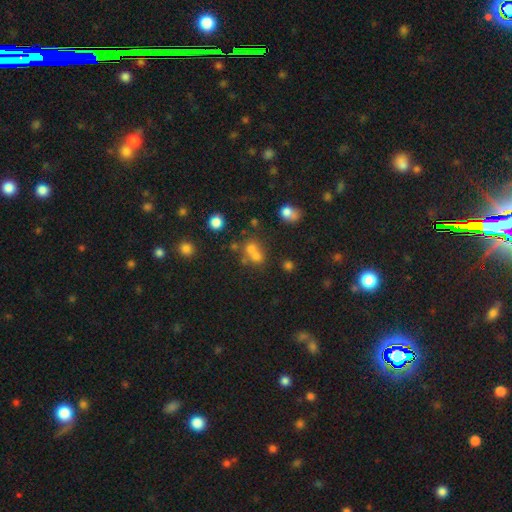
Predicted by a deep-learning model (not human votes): Morphology: type=smooth (64%); roundness=round (70%); merging=merger (55%).